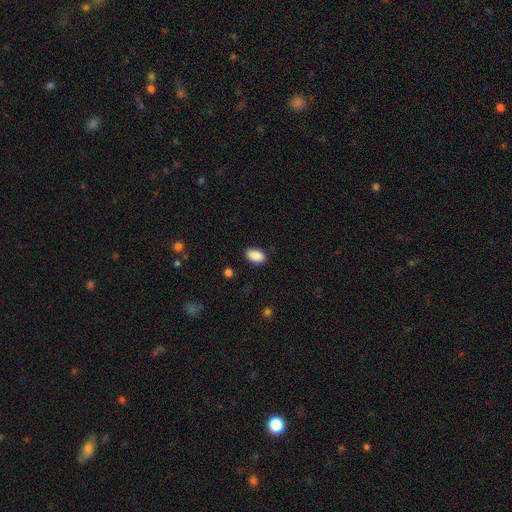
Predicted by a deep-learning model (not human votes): This appears to be a smooth galaxy with no disk features (90%) that is in between round and cigar-shaped (93%). Merging: none (88%).